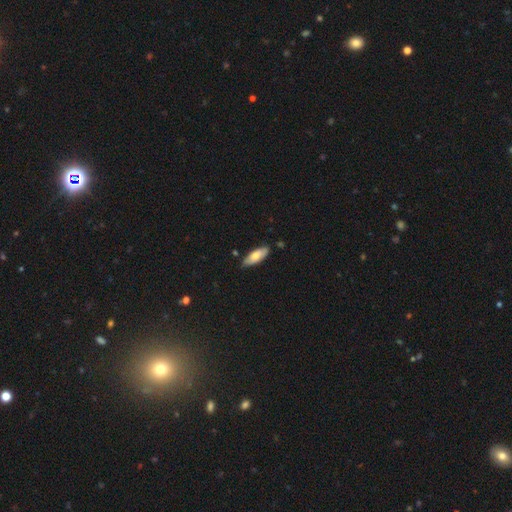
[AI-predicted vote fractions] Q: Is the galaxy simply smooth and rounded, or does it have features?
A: smooth — 71%.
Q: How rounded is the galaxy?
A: in between — 68%.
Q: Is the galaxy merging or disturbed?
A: none — 80%.